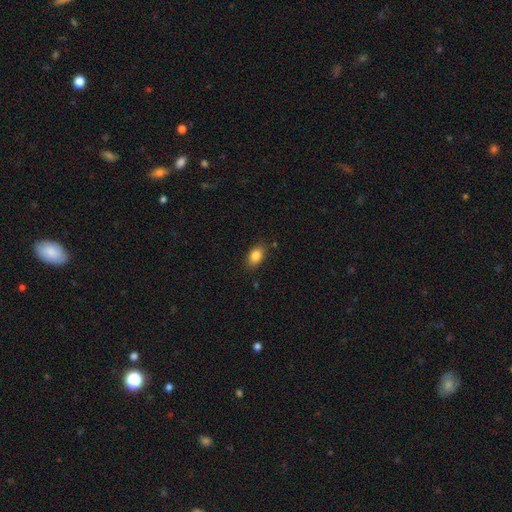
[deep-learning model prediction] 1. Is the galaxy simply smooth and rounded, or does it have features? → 84% smooth, 9% star or artifact, 7% featured or disk.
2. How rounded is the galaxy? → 85% in between, 13% round, 2% cigar-shaped.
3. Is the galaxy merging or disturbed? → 84% none, 12% minor disturbance, 3% major disturbance, 2% merger.